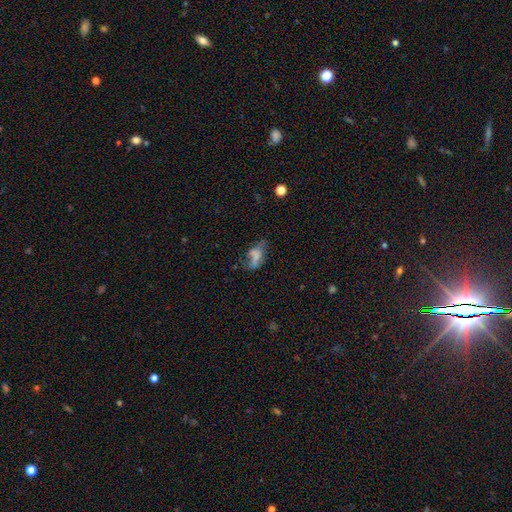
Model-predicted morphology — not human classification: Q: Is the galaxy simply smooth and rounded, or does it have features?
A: smooth — 54%.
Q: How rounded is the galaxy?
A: in between — 85%.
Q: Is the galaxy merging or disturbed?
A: none — 32%.